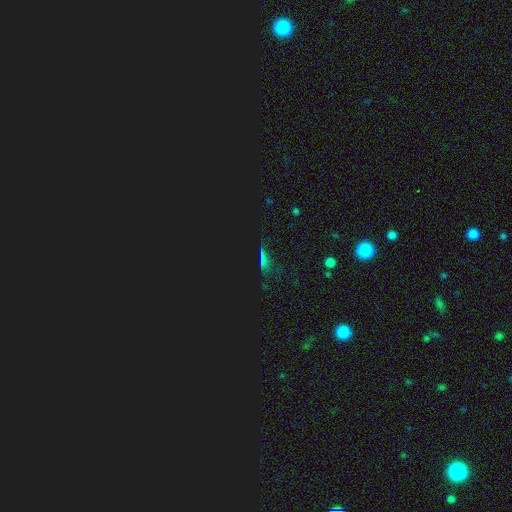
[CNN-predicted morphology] A star or artifact, not a galaxy (65%).

Vote fractions:
- Smooth or featured? star or artifact: 65% / smooth: 25% / featured or disk: 10%